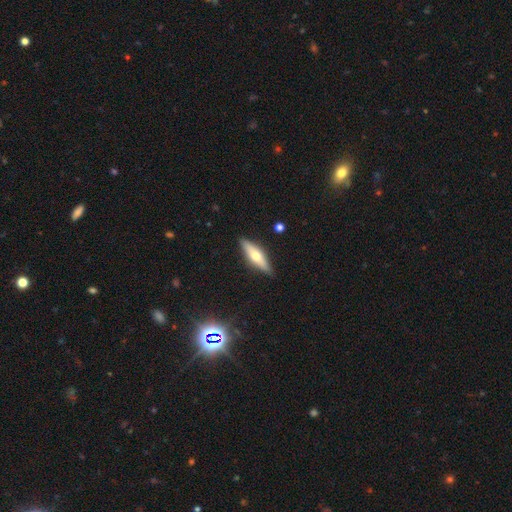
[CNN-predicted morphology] smooth_or_featured: smooth (p=0.48) [alt: featured or disk p=0.46]
merging: none (p=0.87) [alt: minor disturbance p=0.09]